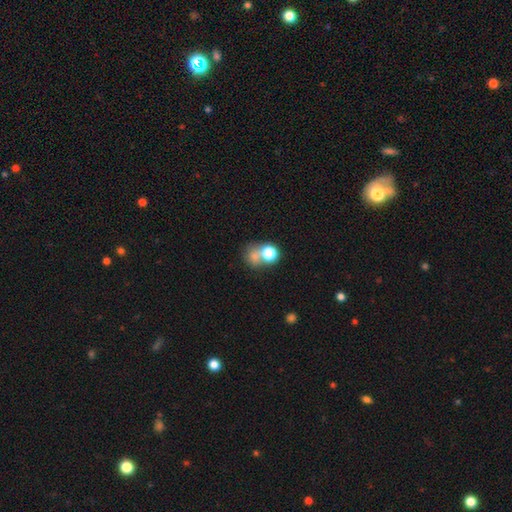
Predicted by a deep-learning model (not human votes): Morphology: type=smooth (68%); roundness=round (65%); merging=merger (46%).